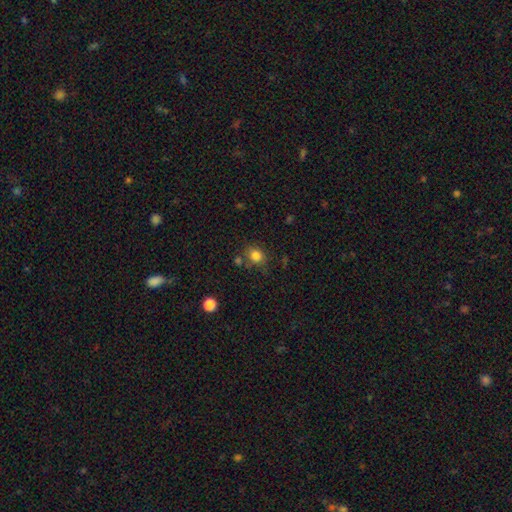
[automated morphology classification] The model was most divided on "how rounded": round: 68%, in between: 31%, cigar-shaped: 1%. More confident: smooth or featured — smooth (81%); merging — none (70%).